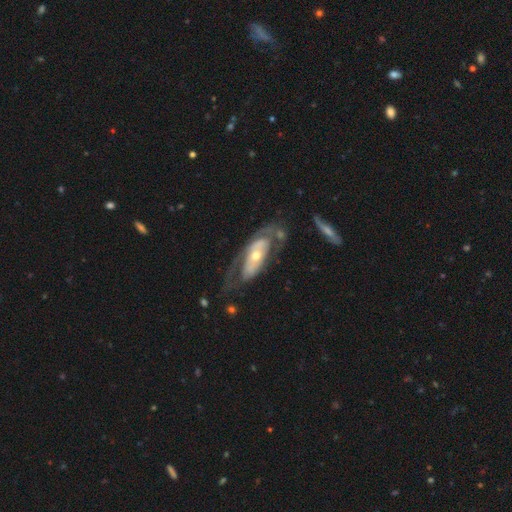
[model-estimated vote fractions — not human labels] The model was most divided on "bulge size": moderate: 51%, small: 42%, large: 5%, dominant: 1%, none: 1%. Remaining: edge-on disk — no (86%); smooth or featured — featured or disk (73%); bar — no (70%); spiral arms — yes (59%); merging — none (47%).